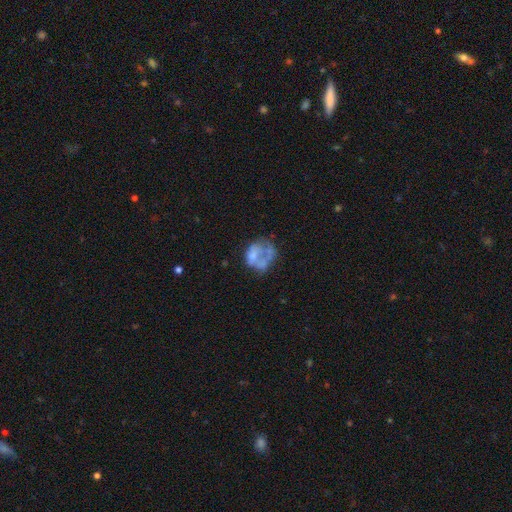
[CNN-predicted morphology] Smooth or featured? Predicted: featured or disk (p=0.50). Merging? Predicted: none (p=0.33).